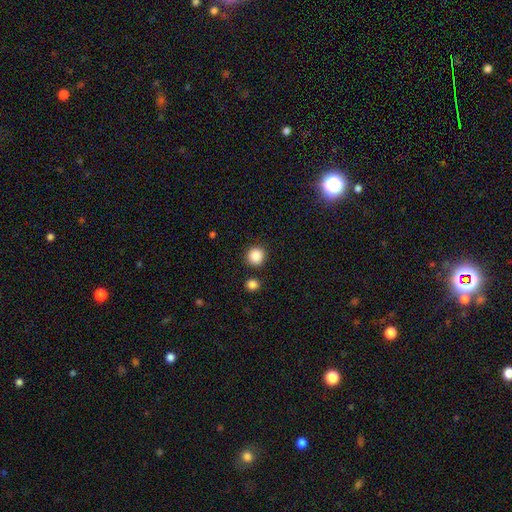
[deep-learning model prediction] The model was most divided on "smooth or featured": smooth: 88%, star or artifact: 9%, featured or disk: 3%. More confident: how rounded — round (93%); merging — none (88%).